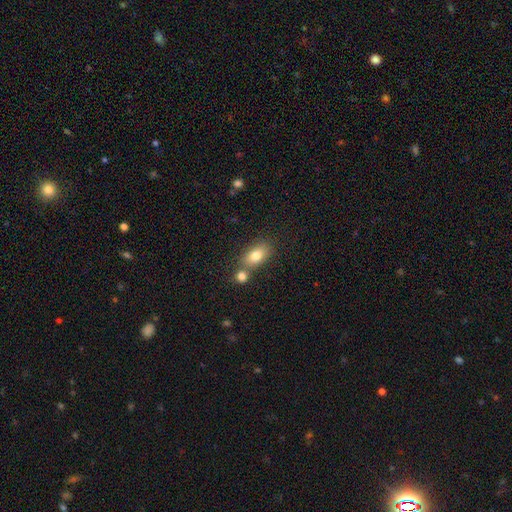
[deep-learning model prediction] Smooth or featured?
  - smooth: 79% *
  - featured or disk: 13%
  - star or artifact: 9%
How rounded?
  - in between: 84% *
  - round: 12%
  - cigar-shaped: 4%
Merging?
  - none: 54% *
  - merger: 31%
  - minor disturbance: 11%
  - major disturbance: 3%